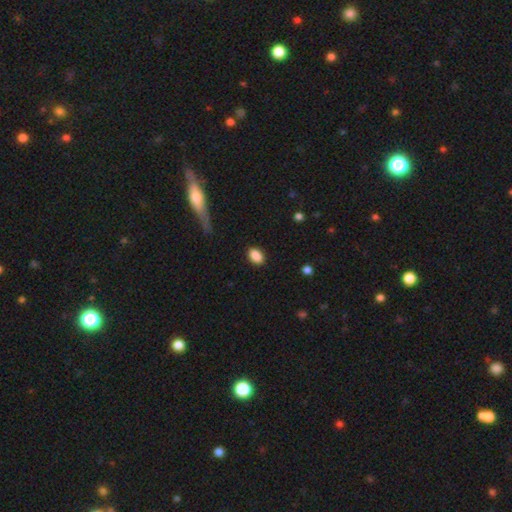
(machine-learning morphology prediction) Smooth or featured? Predicted: smooth (p=0.88). How rounded? Predicted: in between (p=0.85). Merging? Predicted: none (p=0.87).